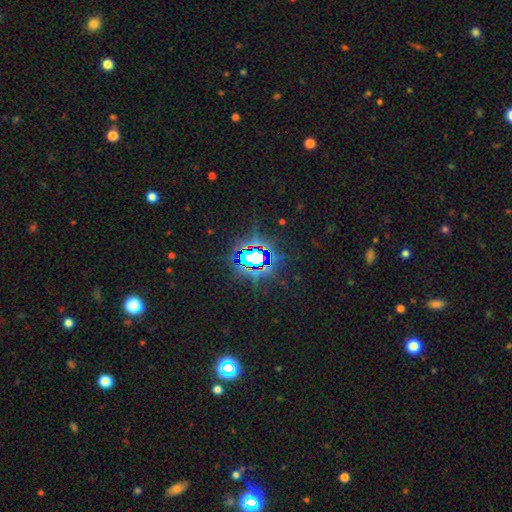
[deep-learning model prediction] A star or artifact, not a galaxy (79%).